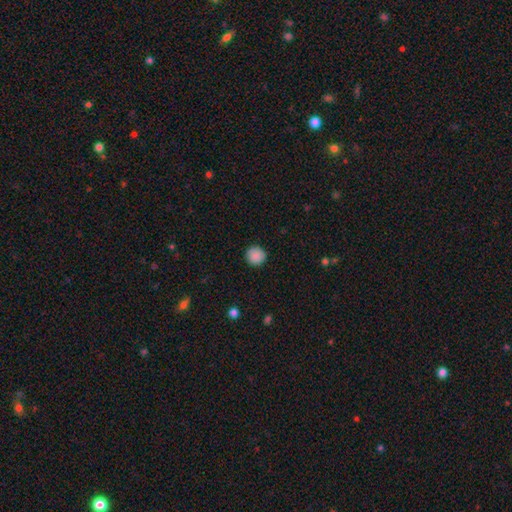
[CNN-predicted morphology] A smooth galaxy with no disk features (89%) that is round (95%). Merging: none (90%).